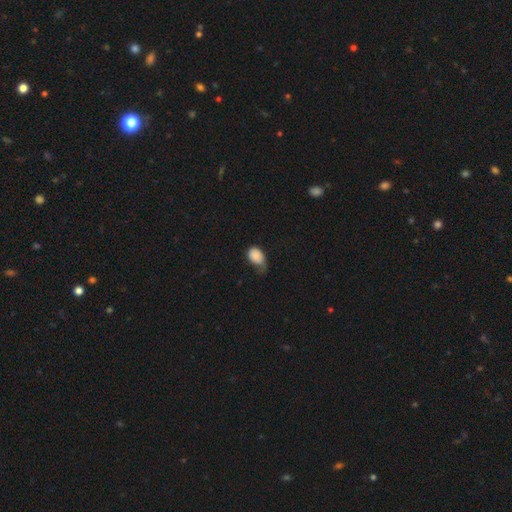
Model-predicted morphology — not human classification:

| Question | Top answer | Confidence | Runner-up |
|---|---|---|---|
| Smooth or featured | smooth | 82% | featured or disk (11%) |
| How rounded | in between | 81% | round (18%) |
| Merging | minor disturbance | 43% | major disturbance (28%) |